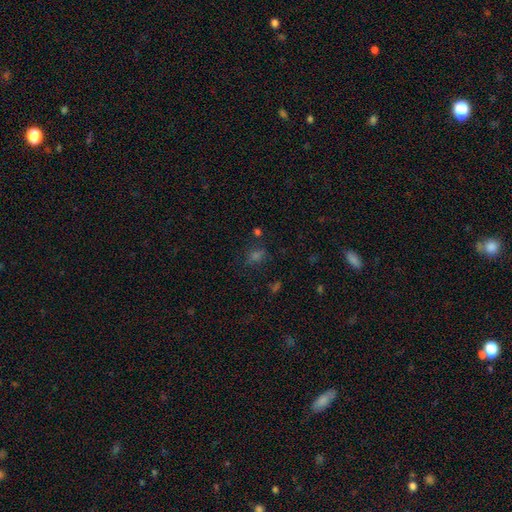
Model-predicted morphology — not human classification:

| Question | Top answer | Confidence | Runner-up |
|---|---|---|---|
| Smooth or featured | smooth | 51% | star or artifact (40%) |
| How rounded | in between | 50% | round (48%) |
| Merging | none | 73% | minor disturbance (14%) |